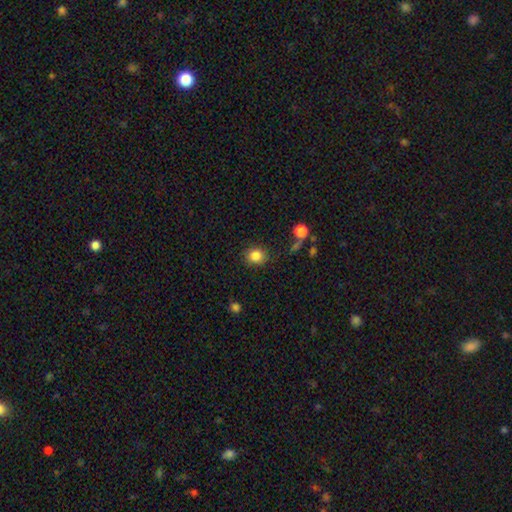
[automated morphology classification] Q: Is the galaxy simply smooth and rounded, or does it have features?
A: smooth — 85%.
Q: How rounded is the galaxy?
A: round — 76%.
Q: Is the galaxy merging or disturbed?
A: none — 84%.